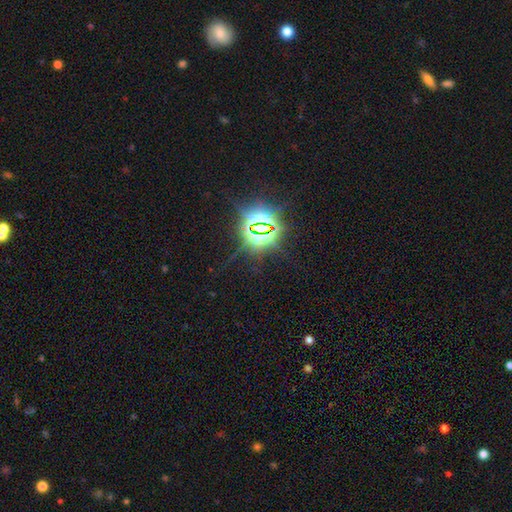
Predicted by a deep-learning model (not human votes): Smooth or featured?
  - star or artifact: 84% *
  - smooth: 9%
  - featured or disk: 7%